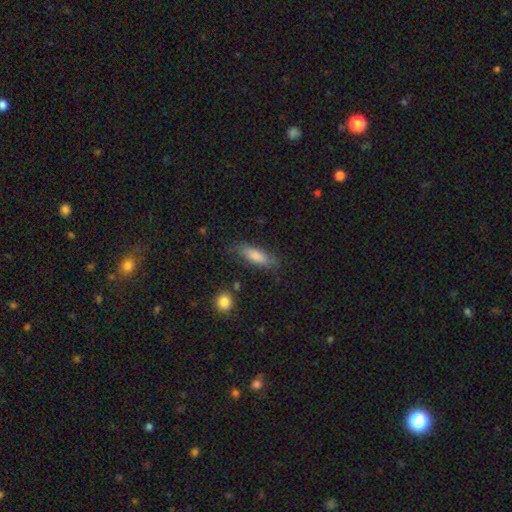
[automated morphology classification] A smooth galaxy with no disk features (76%) that is in between round and cigar-shaped (50%). Merging: none (76%).